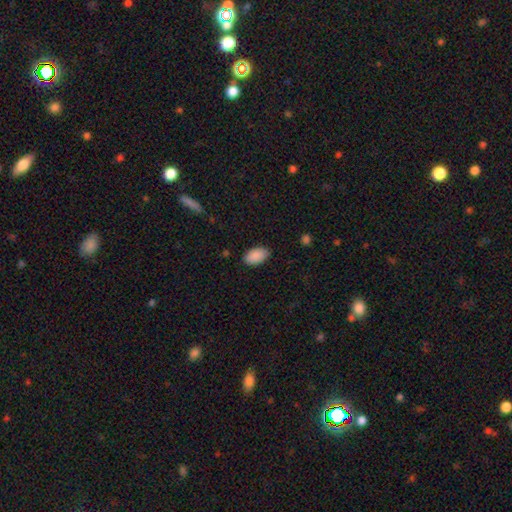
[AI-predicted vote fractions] Q: Smooth or featured?
A: smooth (90%); runner-up: star or artifact (6%)
Q: How rounded?
A: in between (95%); runner-up: round (4%)
Q: Merging?
A: none (86%); runner-up: minor disturbance (11%)